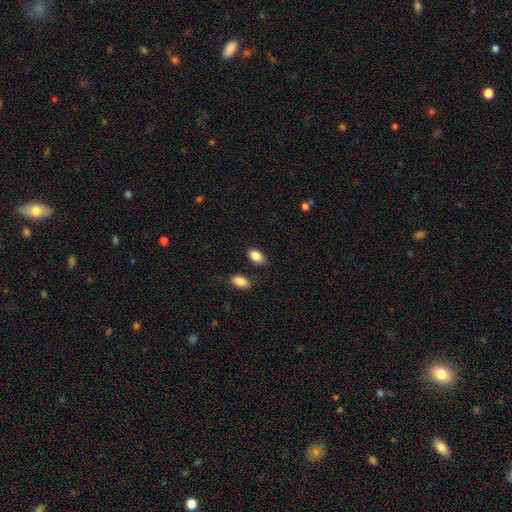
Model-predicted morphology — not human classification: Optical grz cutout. It shows a smooth galaxy with no disk features (87%) that is in between round and cigar-shaped (89%). Merging: none (78%).